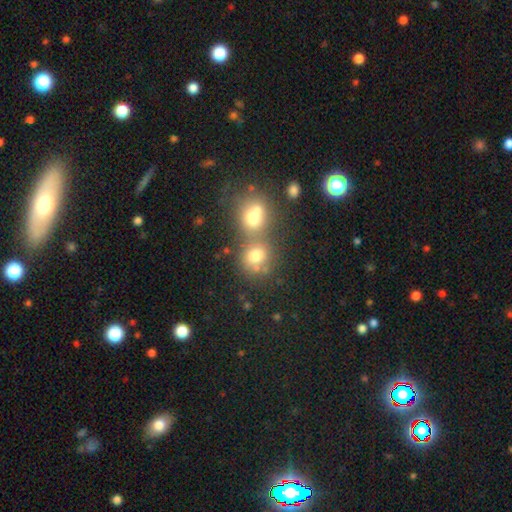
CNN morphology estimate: smooth_or_featured: smooth (p=0.69) [alt: star or artifact p=0.17]
how_rounded: round (p=0.74) [alt: in between p=0.24]
merging: merger (p=0.49) [alt: none p=0.39]